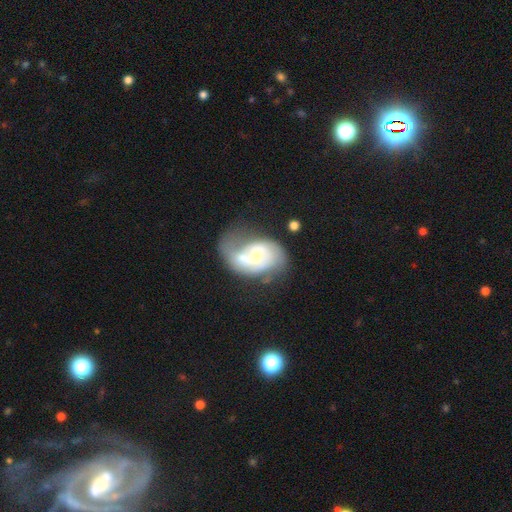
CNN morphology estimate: smooth-or-featured: featured or disk: 73% | smooth: 20% | star or artifact: 7%
  disk-edge-on: no: 97% | yes: 3%
    bar: no: 56% | weak: 36% | strong: 8%
    has-spiral-arms: yes: 83% | no: 17%
      spiral-winding: medium: 43% | loose: 30% | tight: 27%
      spiral-arm-count: 2: 61% | can't tell: 17% | 1: 16% | 3: 3% | 4: 1% | more than 4: 1%
    bulge-size: small: 56% | moderate: 34% | none: 5% | large: 4% | dominant: 1%
  merging: none: 30% | major disturbance: 25% | merger: 24% | minor disturbance: 21%